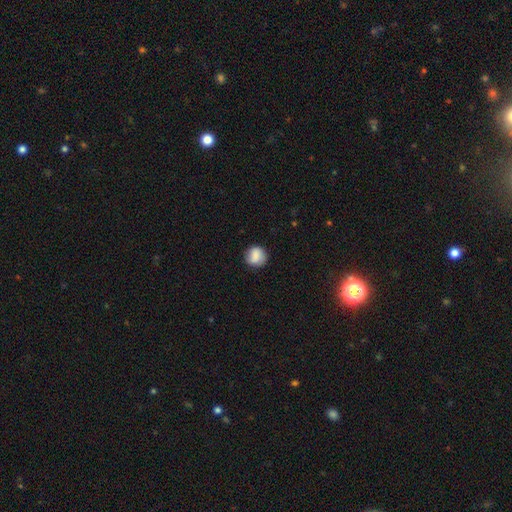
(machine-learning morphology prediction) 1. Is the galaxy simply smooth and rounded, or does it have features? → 80% smooth, 12% featured or disk, 8% star or artifact.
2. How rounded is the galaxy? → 87% round, 12% in between, 1% cigar-shaped.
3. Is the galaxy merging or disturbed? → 79% none, 15% minor disturbance, 4% major disturbance, 2% merger.